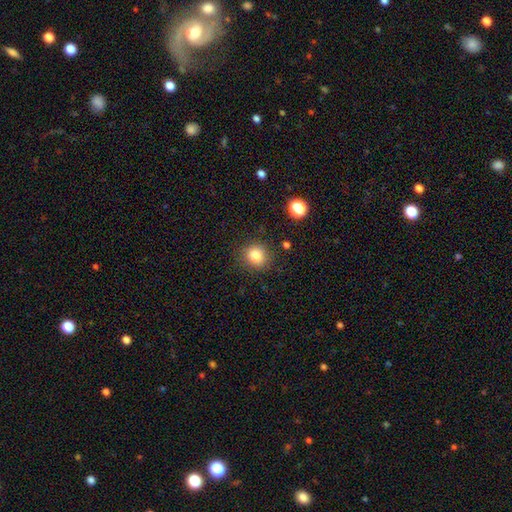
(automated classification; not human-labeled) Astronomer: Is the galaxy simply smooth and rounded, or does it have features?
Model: smooth — 83%.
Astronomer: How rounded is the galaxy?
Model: round — 83%.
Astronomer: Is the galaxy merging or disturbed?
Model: none — 86%.